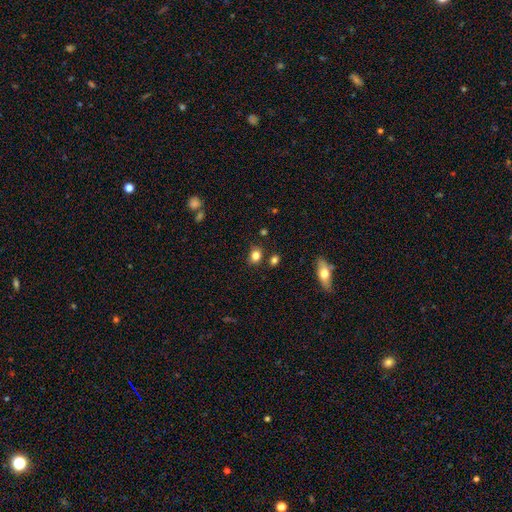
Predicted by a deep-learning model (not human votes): The model was most divided on "how rounded": in between: 54%, round: 45%, cigar-shaped: 1%. More confident: smooth or featured — smooth (82%); merging — none (81%).